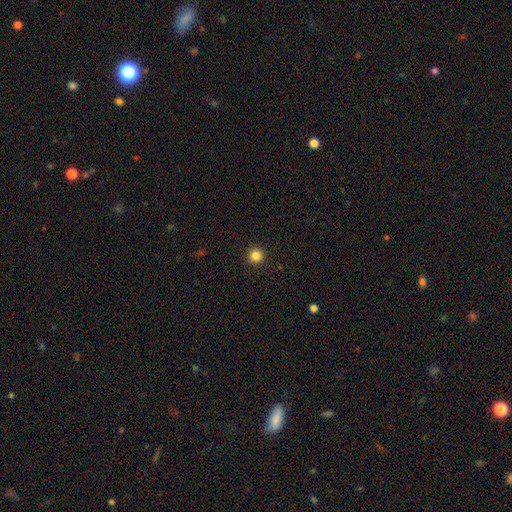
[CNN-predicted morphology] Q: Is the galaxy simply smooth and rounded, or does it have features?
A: smooth — 84%.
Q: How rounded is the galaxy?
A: round — 96%.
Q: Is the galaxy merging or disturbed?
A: none — 93%.